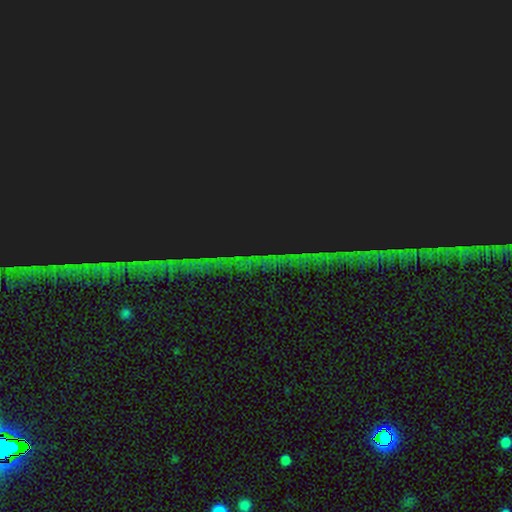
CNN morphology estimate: Smooth or featured? star or artifact (84%)